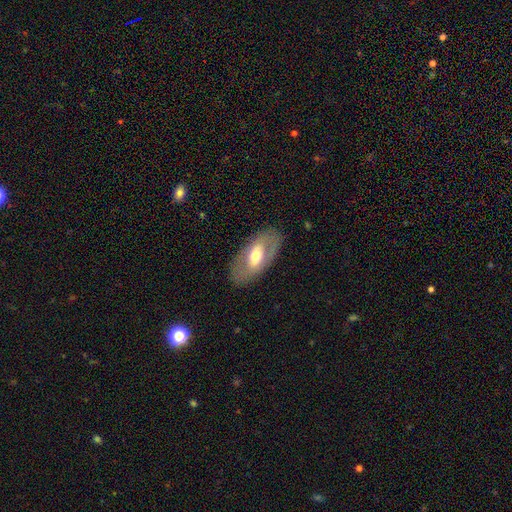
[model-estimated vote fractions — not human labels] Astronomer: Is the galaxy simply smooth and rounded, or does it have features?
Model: featured or disk — 54% (runner-up: smooth, 40%).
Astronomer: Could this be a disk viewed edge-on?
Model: no — 85%.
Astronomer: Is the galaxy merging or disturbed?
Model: none — 83%.